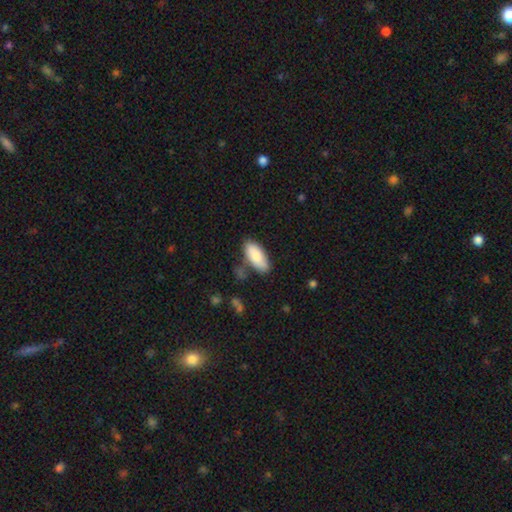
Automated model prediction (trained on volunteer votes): Smooth or featured: smooth — 85% (featured or disk — 9%)
How rounded: in between — 86% (cigar-shaped — 12%)
Merging: none — 73% (minor disturbance — 17%)